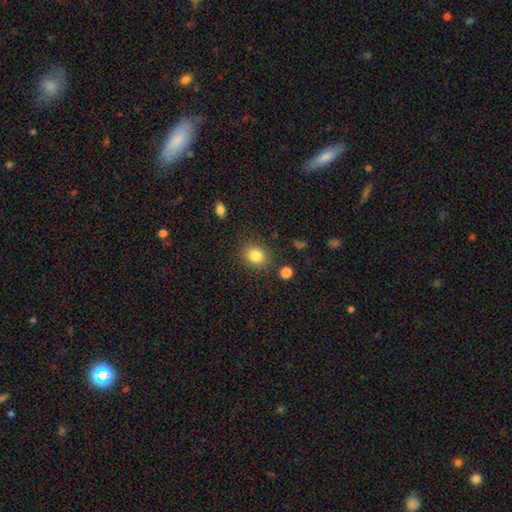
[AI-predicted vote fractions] Morphology: type=smooth (84%); roundness=round (75%); merging=none (84%).